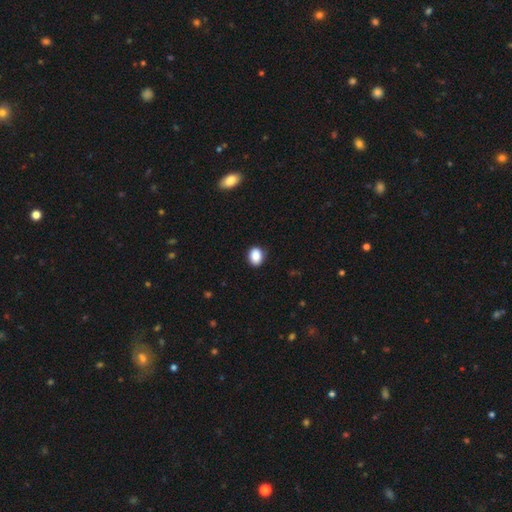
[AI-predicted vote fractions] smooth 89%, star or artifact 8%, featured or disk 3%. Down the decision tree: how rounded — in between (63%); merging — none (89%).